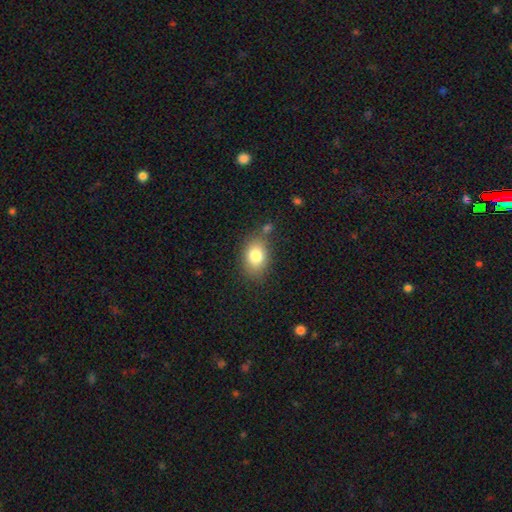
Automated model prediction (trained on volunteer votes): This appears to be a smooth galaxy with no disk features (81%) that is in between round and cigar-shaped (77%). Merging: none (71%).